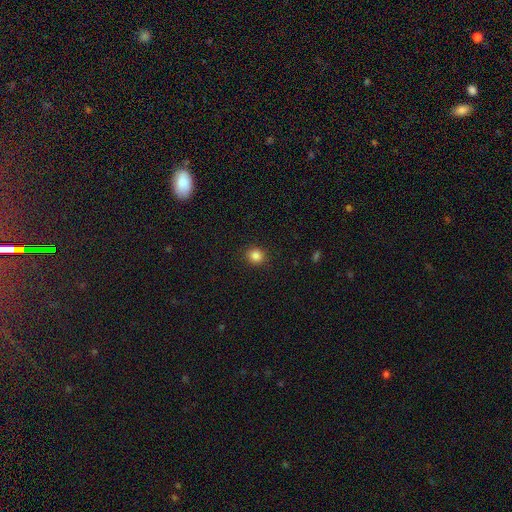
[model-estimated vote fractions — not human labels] A smooth galaxy with no disk features (85%) that is round (86%). Merging: none (91%).